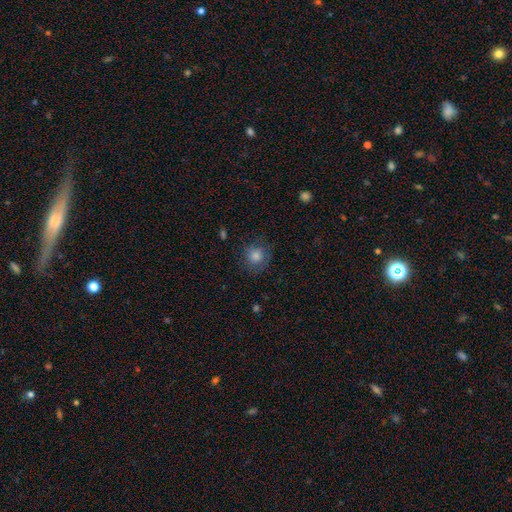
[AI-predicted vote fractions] smooth-or-featured: smooth: 75% | star or artifact: 13% | featured or disk: 12%
  how-rounded: round: 89% | in between: 10% | cigar-shaped: 1%
  merging: none: 79% | minor disturbance: 14% | major disturbance: 5% | merger: 1%